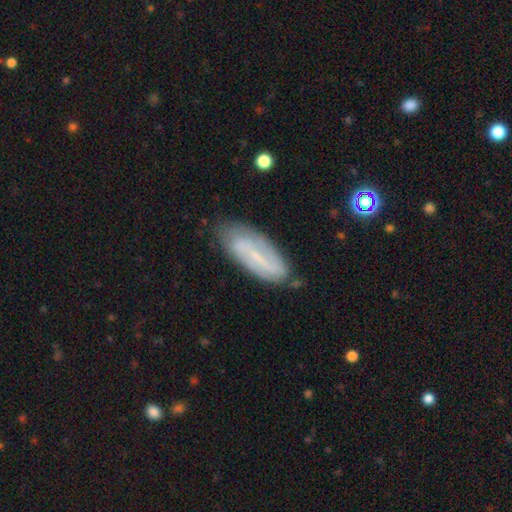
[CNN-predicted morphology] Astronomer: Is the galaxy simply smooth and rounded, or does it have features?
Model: featured or disk — 66%.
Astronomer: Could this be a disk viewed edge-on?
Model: no — 89%.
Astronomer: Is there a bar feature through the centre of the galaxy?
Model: strong — 46% (runner-up: weak, 38%).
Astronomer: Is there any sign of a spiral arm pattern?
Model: yes — 80%.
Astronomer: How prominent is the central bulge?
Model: small — 65%.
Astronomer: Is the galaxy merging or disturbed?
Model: none — 75%.